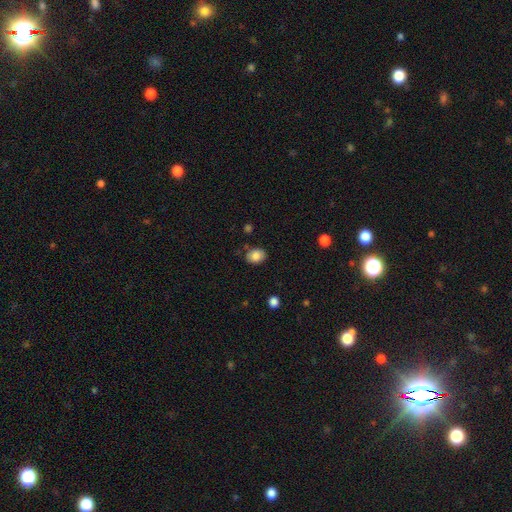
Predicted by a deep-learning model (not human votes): Smooth or featured? Predicted: smooth (p=0.84). How rounded? Predicted: in between (p=0.60). Merging? Predicted: none (p=0.80).